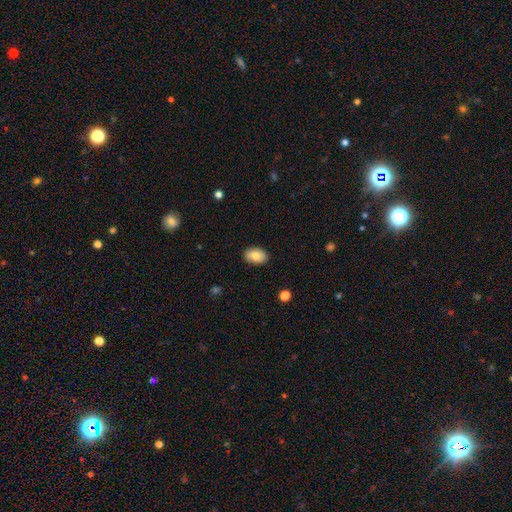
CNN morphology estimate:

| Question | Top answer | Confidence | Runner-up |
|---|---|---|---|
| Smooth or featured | smooth | 81% | featured or disk (11%) |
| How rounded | in between | 87% | round (12%) |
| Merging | none | 87% | minor disturbance (10%) |